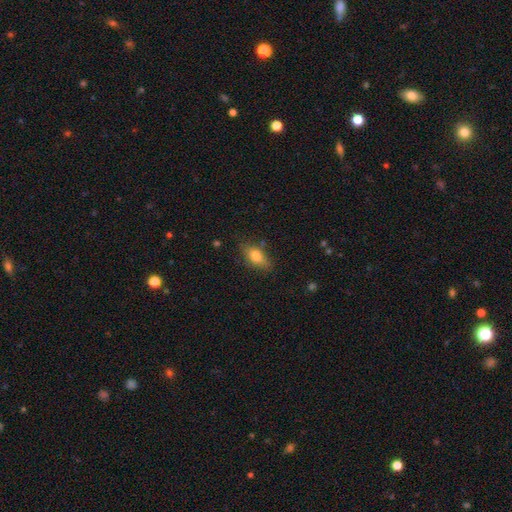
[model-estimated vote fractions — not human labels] smooth_or_featured: smooth (p=0.75) [alt: featured or disk p=0.16]
how_rounded: in between (p=0.81) [alt: cigar-shaped p=0.12]
merging: none (p=0.77) [alt: minor disturbance p=0.17]